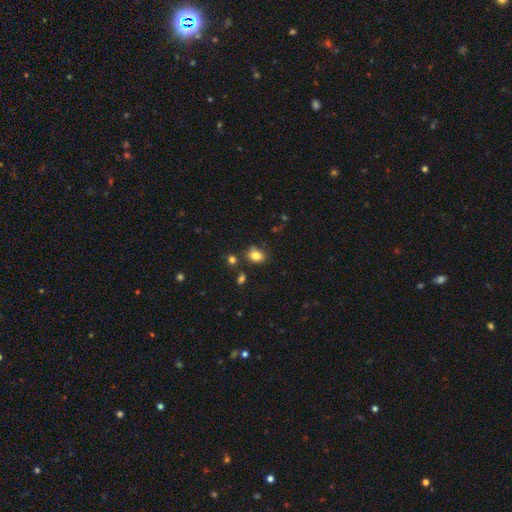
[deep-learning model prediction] Morphology: type=smooth (82%); roundness=in between (53%); merging=none (77%).